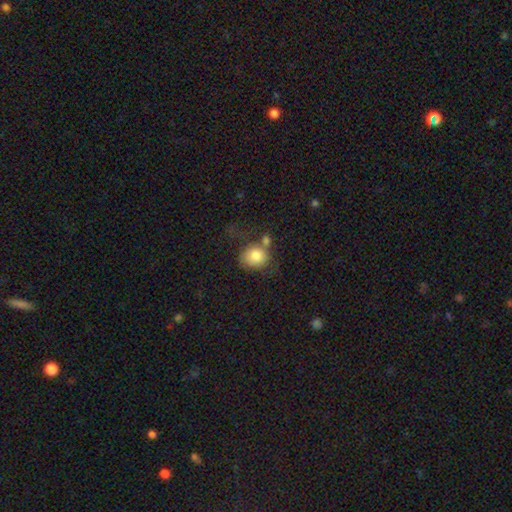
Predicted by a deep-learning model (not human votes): smooth_or_featured: smooth (p=0.81) [alt: featured or disk p=0.11]
how_rounded: round (p=0.70) [alt: in between p=0.30]
merging: none (p=0.43) [alt: merger p=0.24]